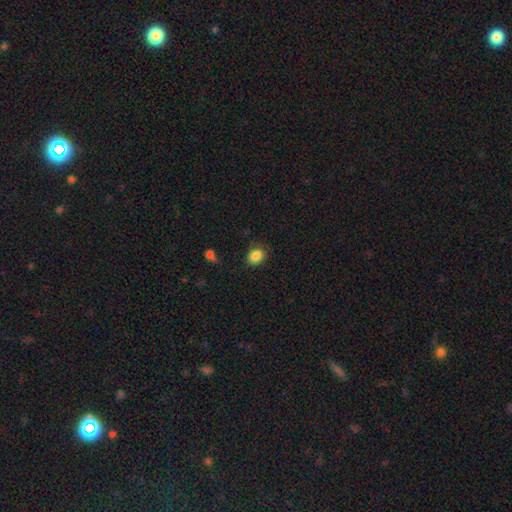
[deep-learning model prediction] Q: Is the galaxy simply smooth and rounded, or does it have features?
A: smooth — 86%.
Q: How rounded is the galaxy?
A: round — 56%.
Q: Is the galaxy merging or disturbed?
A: none — 83%.